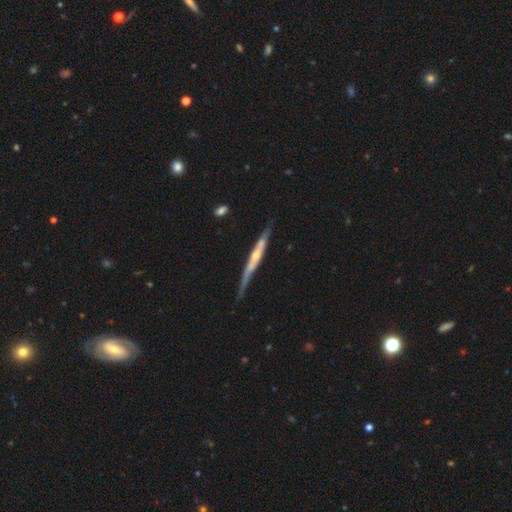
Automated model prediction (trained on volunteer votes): A featured or disk galaxy (75%) viewed edge-on (97%) with a rounded central bulge (66%). Merging: none (78%).